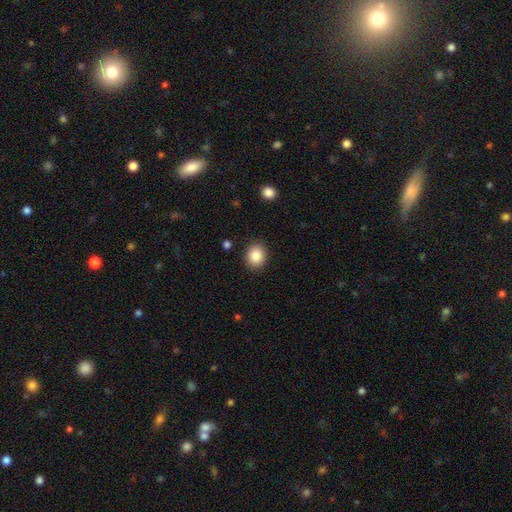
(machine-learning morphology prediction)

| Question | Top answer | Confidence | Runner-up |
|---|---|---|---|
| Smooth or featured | smooth | 87% | star or artifact (8%) |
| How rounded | round | 60% | in between (39%) |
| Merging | none | 89% | minor disturbance (8%) |